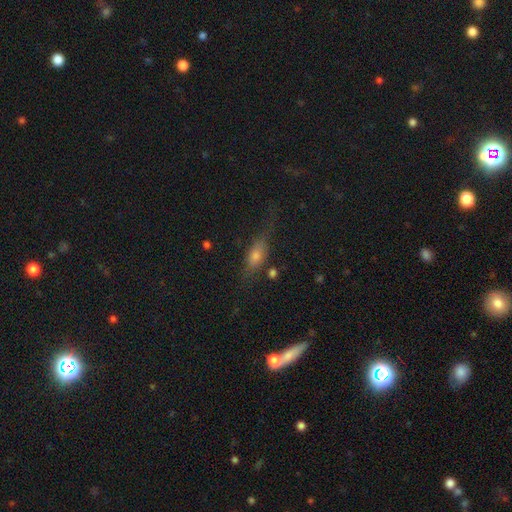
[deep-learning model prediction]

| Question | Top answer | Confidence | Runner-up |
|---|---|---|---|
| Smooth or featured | smooth | 56% | featured or disk (29%) |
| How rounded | in between | 57% | cigar-shaped (35%) |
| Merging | none | 62% | minor disturbance (21%) |